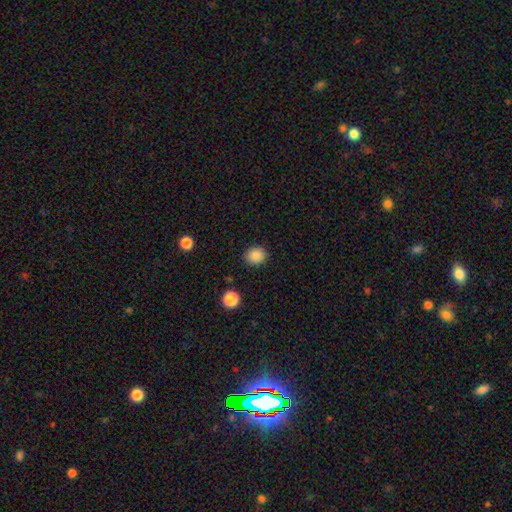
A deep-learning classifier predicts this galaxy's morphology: smooth 86%, star or artifact 10%, featured or disk 4%. Down the decision tree: how rounded — round (75%); merging — none (89%).